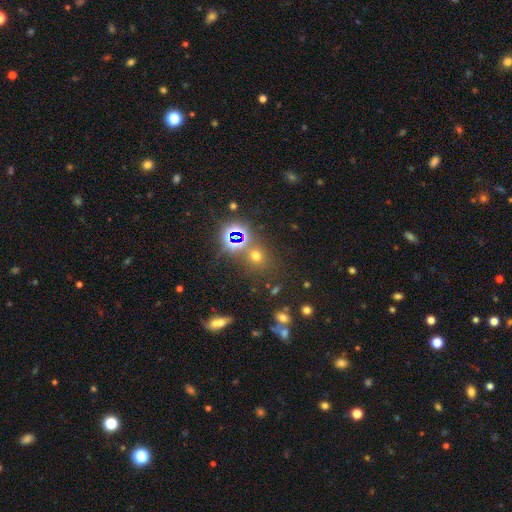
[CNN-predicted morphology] Overall: smooth (53%; star or artifact 39%). How rounded: round (82%). Merging: none (75%).